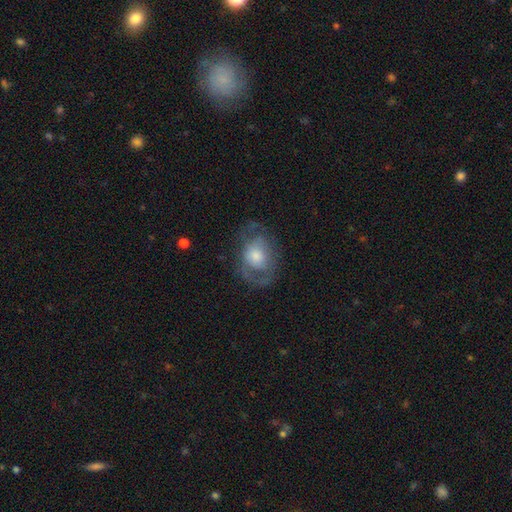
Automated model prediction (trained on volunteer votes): smooth-or-featured: featured or disk: 54% | smooth: 39% | star or artifact: 8%
  disk-edge-on: no: 95% | yes: 5%
    bar: no: 78% | weak: 18% | strong: 4%
    has-spiral-arms: yes: 54% | no: 46%
    bulge-size: moderate: 48% | small: 27% | large: 19% | none: 4% | dominant: 2%
  merging: none: 58% | minor disturbance: 22% | major disturbance: 19% | merger: 1%